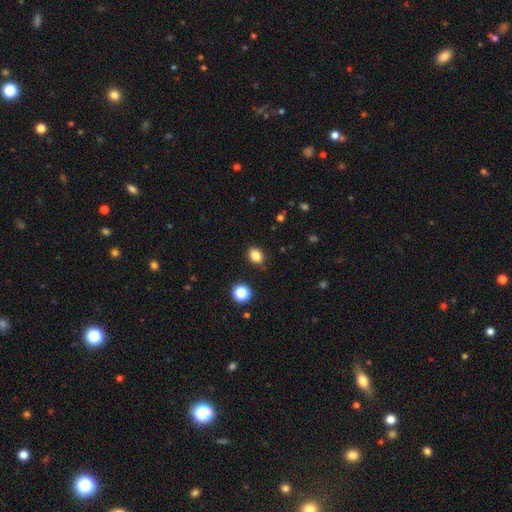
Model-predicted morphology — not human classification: This is clearly a smooth galaxy (84%). How rounded: likely in between (64%). Merging: clearly none (87%).